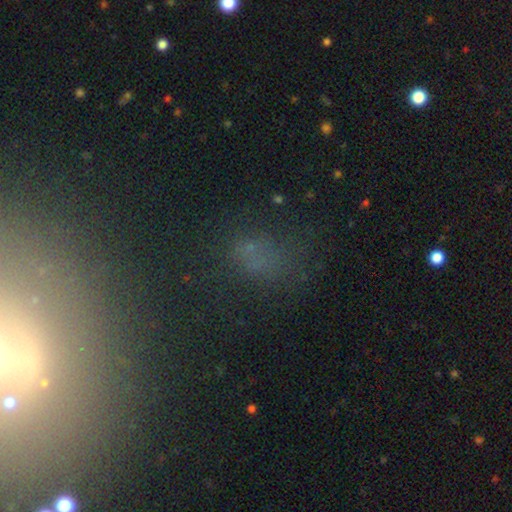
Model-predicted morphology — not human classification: A smooth galaxy with no disk features (44%).

Vote fractions:
- Smooth or featured? smooth: 44% / star or artifact: 40% / featured or disk: 16%
- Merging? none: 51% / major disturbance: 20% / minor disturbance: 20% / merger: 9%